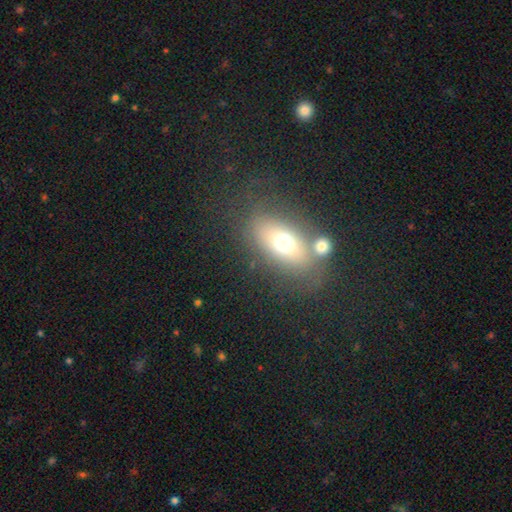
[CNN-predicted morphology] This is possibly a smooth galaxy (54%). How rounded: likely in between (77%). Merging: likely none (69%).